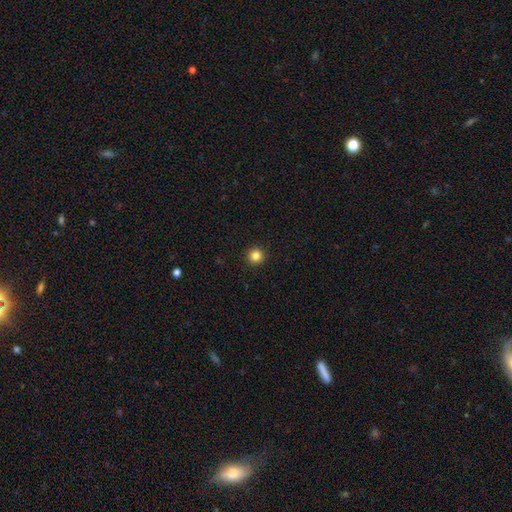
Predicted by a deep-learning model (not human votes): Smooth or featured? smooth (84%)
How rounded? round (95%)
Merging? none (94%)